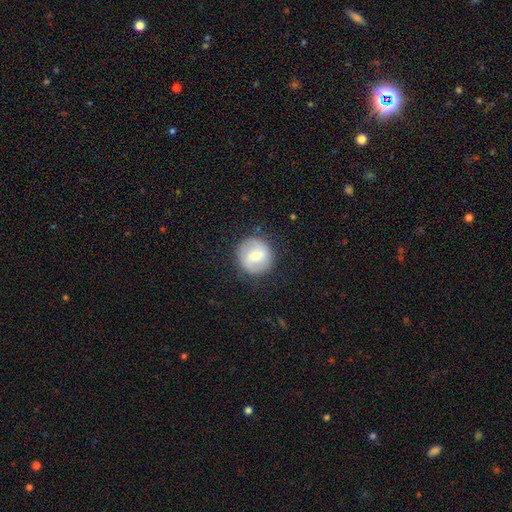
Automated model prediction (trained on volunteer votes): A smooth galaxy with no disk features (52%) that is round (94%). Merging: none (86%).